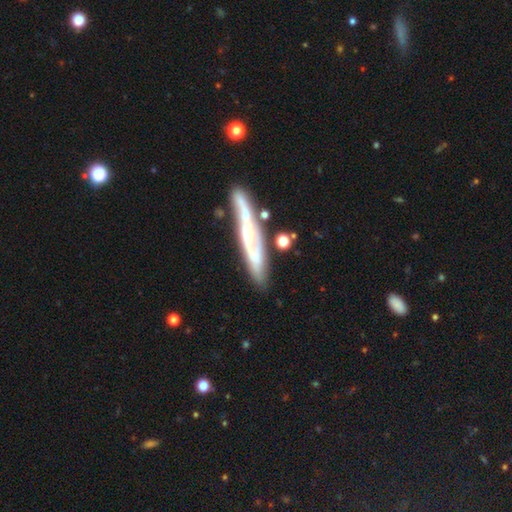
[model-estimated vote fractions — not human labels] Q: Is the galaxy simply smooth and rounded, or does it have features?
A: featured or disk — 64%.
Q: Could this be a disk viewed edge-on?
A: no — 53%.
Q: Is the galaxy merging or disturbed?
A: none — 66%.